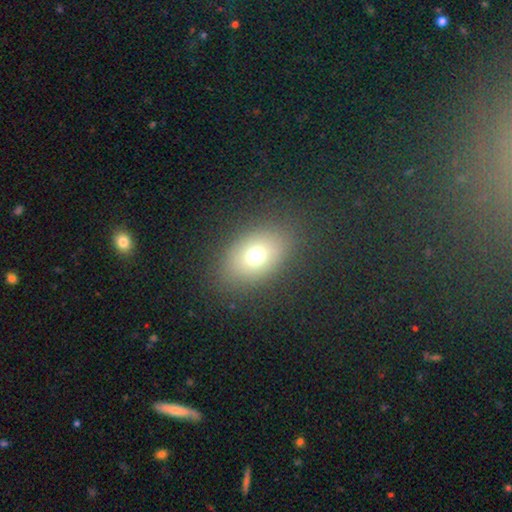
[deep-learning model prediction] Smooth or featured? Predicted: smooth (p=0.72). How rounded? Predicted: in between (p=0.74). Merging? Predicted: none (p=0.83).